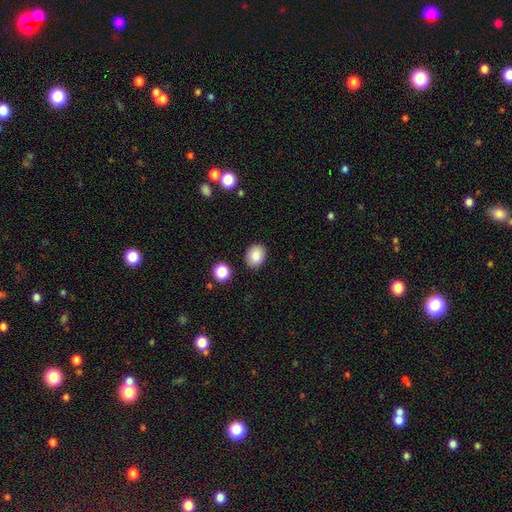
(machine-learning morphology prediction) smooth-or-featured: smooth: 85% | star or artifact: 9% | featured or disk: 6%
  how-rounded: in between: 53% | round: 46% | cigar-shaped: 1%
  merging: none: 88% | minor disturbance: 8% | major disturbance: 2% | merger: 2%